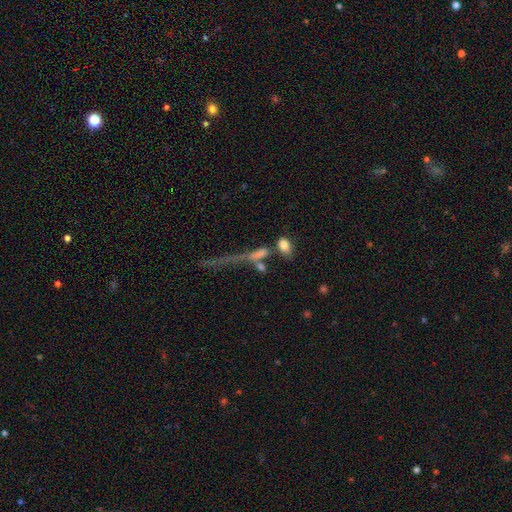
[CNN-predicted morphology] star or artifact 40%, featured or disk 34%, smooth 26%.